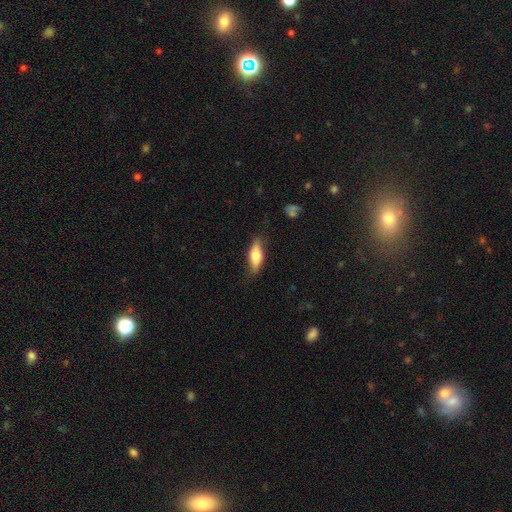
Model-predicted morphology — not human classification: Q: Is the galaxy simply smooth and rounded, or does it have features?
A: smooth — 62%.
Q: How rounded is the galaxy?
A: in between — 61%.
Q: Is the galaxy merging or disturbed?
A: none — 77%.